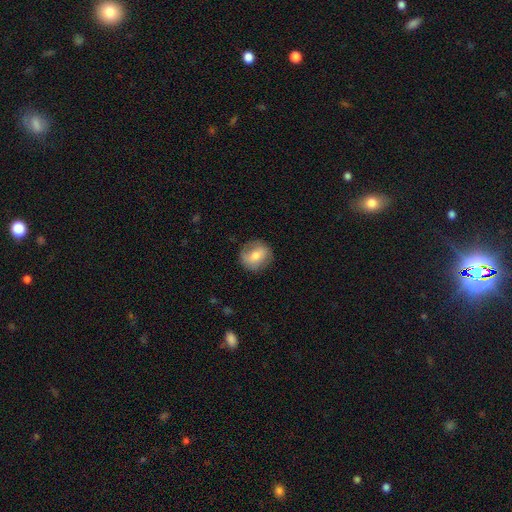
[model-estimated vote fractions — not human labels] Q: Smooth or featured?
A: smooth (58%); runner-up: featured or disk (34%)
Q: How rounded?
A: round (83%); runner-up: in between (16%)
Q: Merging?
A: none (82%); runner-up: minor disturbance (13%)